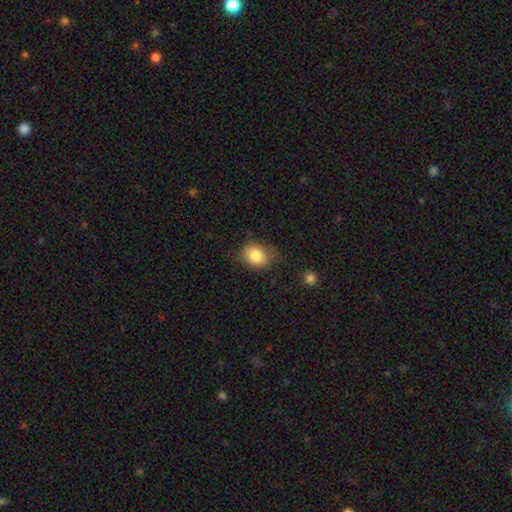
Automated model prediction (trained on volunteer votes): This is clearly a smooth galaxy (83%). How rounded: possibly round (51%). Merging: likely none (72%).